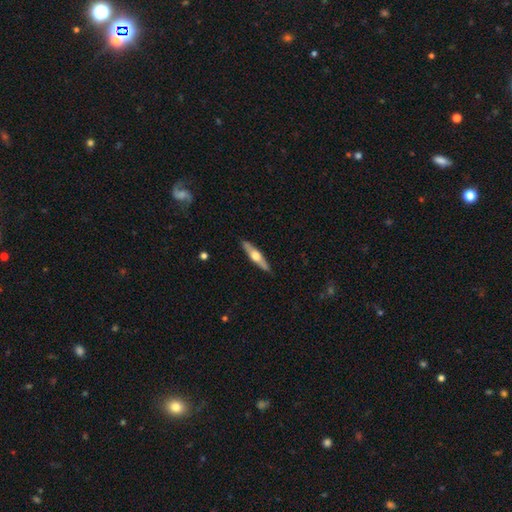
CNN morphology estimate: Smooth or featured: featured or disk — 57% (smooth — 38%)
Edge-on disk: yes — 92% (no — 8%)
Edge-on bulge: rounded — 93% (none — 4%)
Merging: none — 90% (minor disturbance — 8%)